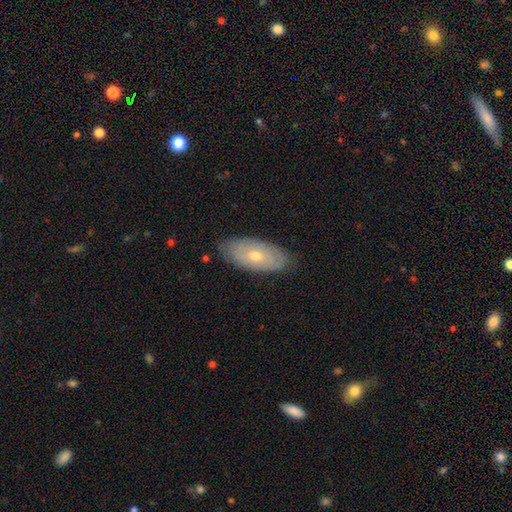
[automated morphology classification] smooth-or-featured: smooth: 52% | featured or disk: 41% | star or artifact: 7%
  how-rounded: in between: 90% | cigar-shaped: 7% | round: 3%
  merging: none: 80% | minor disturbance: 16% | major disturbance: 3% | merger: 1%